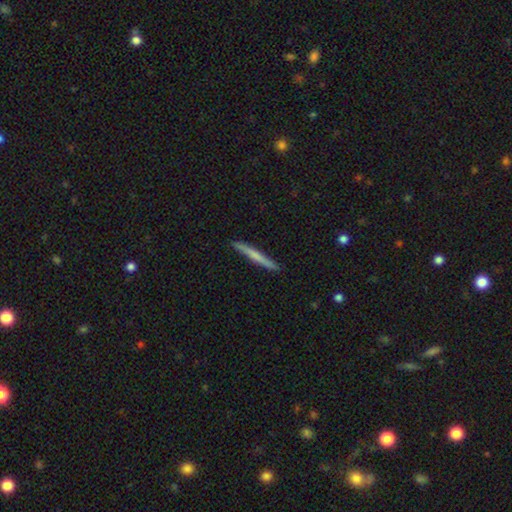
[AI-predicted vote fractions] Morphology: type=smooth (58%); roundness=cigar-shaped (97%); merging=none (91%).